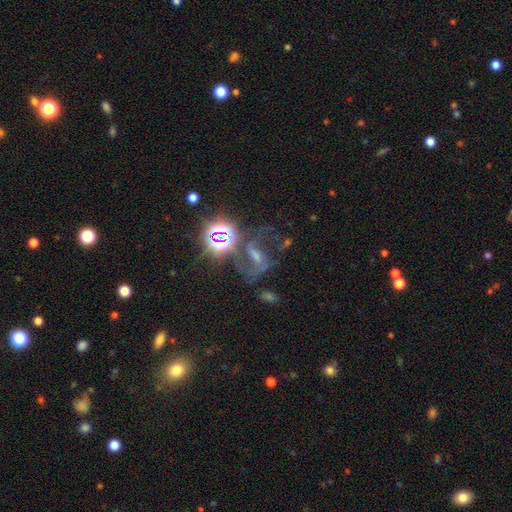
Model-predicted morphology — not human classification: Smooth or featured? Predicted: featured or disk (p=0.48). Merging? Predicted: none (p=0.49).